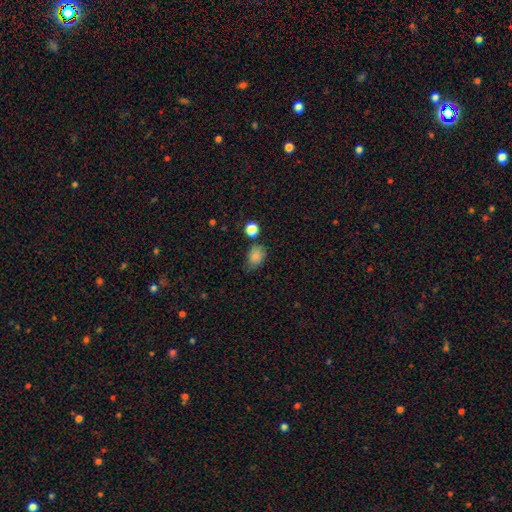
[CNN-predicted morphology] A smooth galaxy with no disk features (83%) that is in between round and cigar-shaped (62%).

Vote fractions:
- Smooth or featured? smooth: 83% / star or artifact: 11% / featured or disk: 6%
- How rounded? in between: 62% / round: 37% / cigar-shaped: 1%
- Merging? none: 60% / minor disturbance: 27% / major disturbance: 7% / merger: 6%